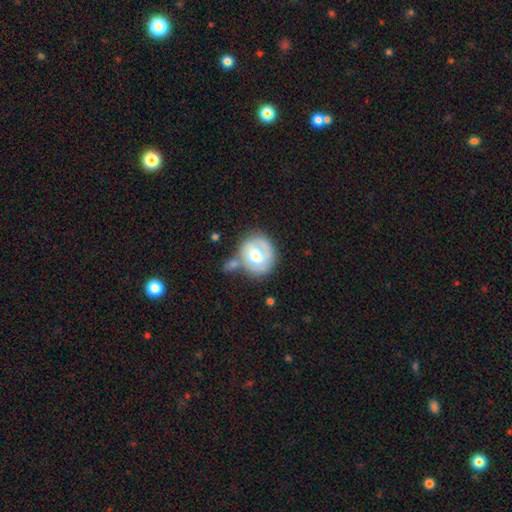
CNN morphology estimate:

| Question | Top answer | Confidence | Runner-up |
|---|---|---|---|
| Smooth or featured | featured or disk | 50% | smooth (43%) |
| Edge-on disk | no | 96% | yes (4%) |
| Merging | none | 51% | minor disturbance (22%) |